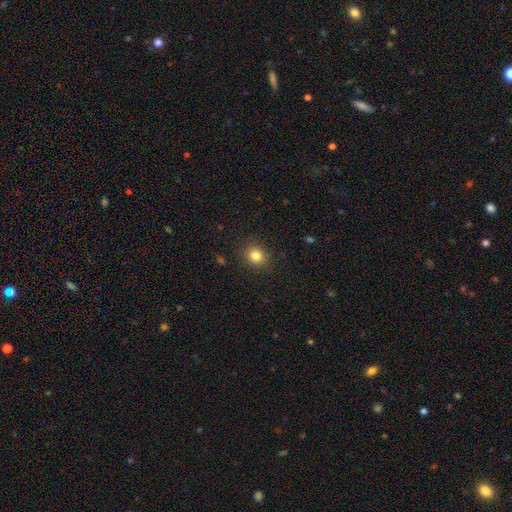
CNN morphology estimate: Smooth or featured: smooth — 82% (star or artifact — 12%)
How rounded: round — 81% (in between — 18%)
Merging: none — 89% (minor disturbance — 8%)